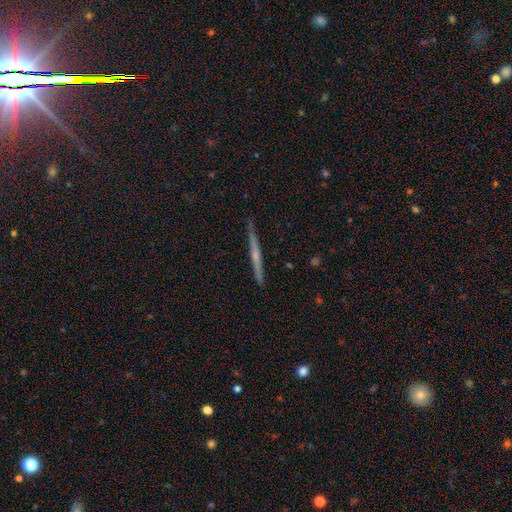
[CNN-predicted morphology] smooth-or-featured: featured or disk: 67% | smooth: 26% | star or artifact: 7%
  disk-edge-on: yes: 98% | no: 2%
    edge-on-bulge: rounded: 49% | none: 45% | boxy: 6%
  merging: none: 91% | minor disturbance: 7% | major disturbance: 1% | merger: 1%